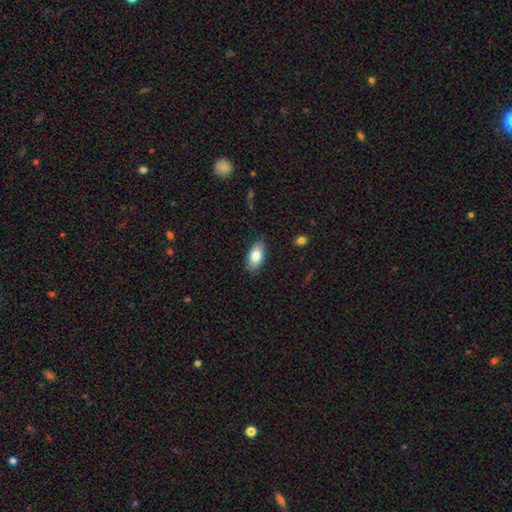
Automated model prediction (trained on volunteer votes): Smooth or featured?
  - smooth: 83% *
  - featured or disk: 10%
  - star or artifact: 7%
How rounded?
  - in between: 92% *
  - cigar-shaped: 4%
  - round: 3%
Merging?
  - none: 84% *
  - minor disturbance: 12%
  - major disturbance: 2%
  - merger: 1%